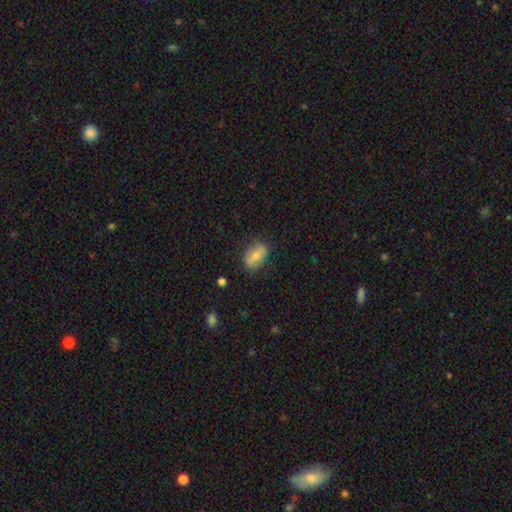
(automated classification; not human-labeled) This appears to be a smooth galaxy with no disk features (66%) that is in between round and cigar-shaped (83%). Merging: none (78%).